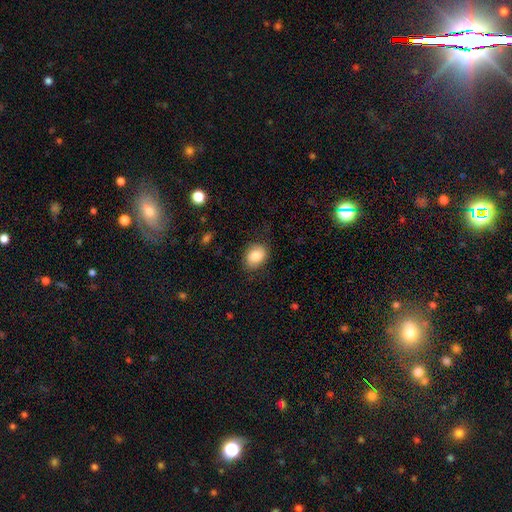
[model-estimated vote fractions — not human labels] This is clearly a smooth galaxy (81%). How rounded: possibly in between (56%). Merging: likely none (79%).